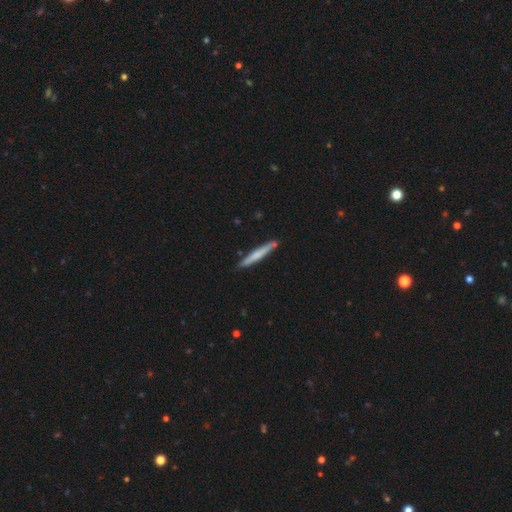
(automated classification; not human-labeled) Overall: smooth (53%; featured or disk 42%). How rounded: cigar-shaped (96%). Merging: none (87%).